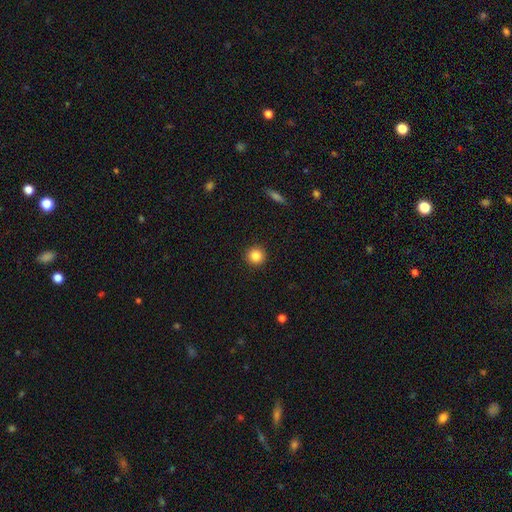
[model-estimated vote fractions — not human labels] smooth 84%, star or artifact 10%, featured or disk 5%. Down the decision tree: how rounded — round (95%); merging — none (92%).